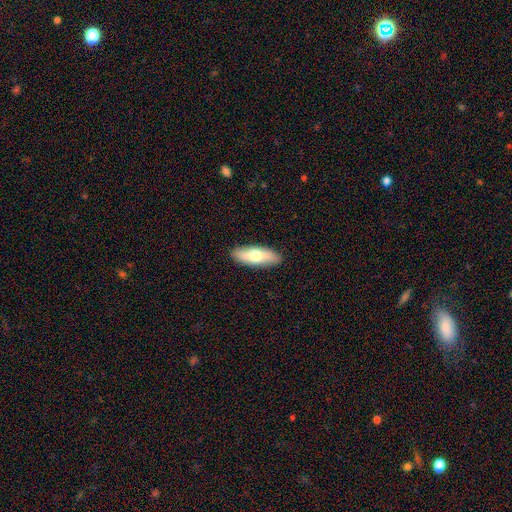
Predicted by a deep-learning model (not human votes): smooth 65%, featured or disk 30%, star or artifact 6%. Down the decision tree: how rounded — in between (62%); merging — none (89%).